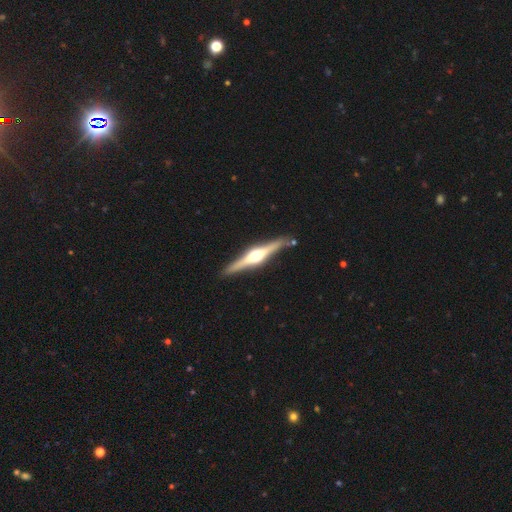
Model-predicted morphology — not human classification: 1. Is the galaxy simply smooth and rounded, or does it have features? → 82% featured or disk, 13% smooth, 4% star or artifact.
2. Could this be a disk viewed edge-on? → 98% yes, 2% no.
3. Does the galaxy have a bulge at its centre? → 95% rounded, 4% boxy, 2% none.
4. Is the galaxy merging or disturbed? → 88% none, 8% minor disturbance, 2% merger, 2% major disturbance.